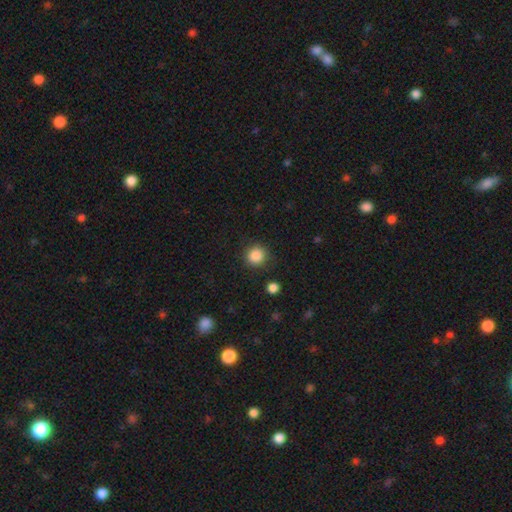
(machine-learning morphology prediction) Overall: smooth (87%). How rounded: round (93%). Merging: none (88%).